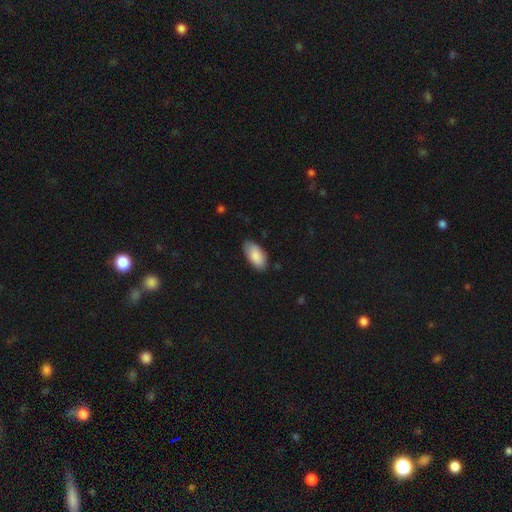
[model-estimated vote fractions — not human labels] Q: Smooth or featured?
A: smooth (87%); runner-up: featured or disk (7%)
Q: How rounded?
A: in between (94%); runner-up: cigar-shaped (4%)
Q: Merging?
A: none (81%); runner-up: minor disturbance (15%)